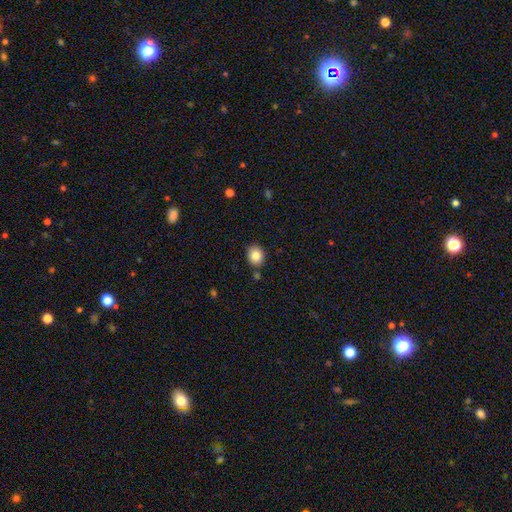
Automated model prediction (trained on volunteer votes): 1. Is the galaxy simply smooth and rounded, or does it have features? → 84% smooth, 9% star or artifact, 7% featured or disk.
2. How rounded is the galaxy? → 64% round, 35% in between, 1% cigar-shaped.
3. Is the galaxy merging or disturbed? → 82% none, 11% minor disturbance, 4% merger, 2% major disturbance.